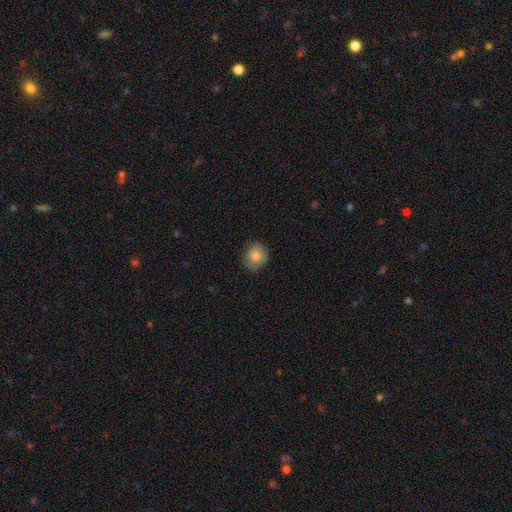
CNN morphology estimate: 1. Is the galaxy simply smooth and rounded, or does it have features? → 80% smooth, 12% featured or disk, 8% star or artifact.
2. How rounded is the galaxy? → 83% round, 16% in between, 1% cigar-shaped.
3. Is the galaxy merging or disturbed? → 80% none, 16% minor disturbance, 3% major disturbance, 1% merger.